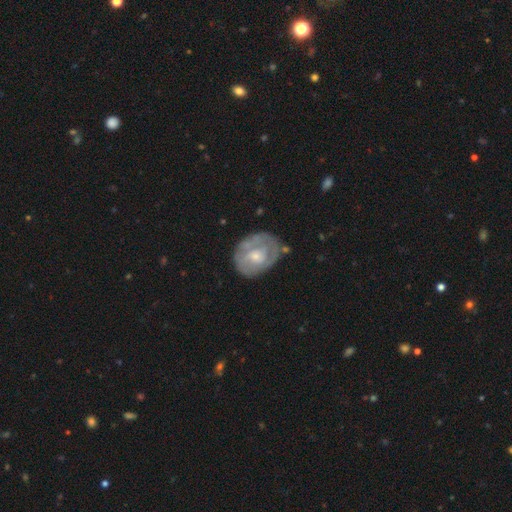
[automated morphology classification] Overall: featured or disk (62%; smooth 32%). Edge-on disk: no (97%). Bar: no (73%). Spiral arms: yes (62%; no 38%). Bulge size: small (54%; moderate 38%). Merging: none (61%; minor disturbance 24%).